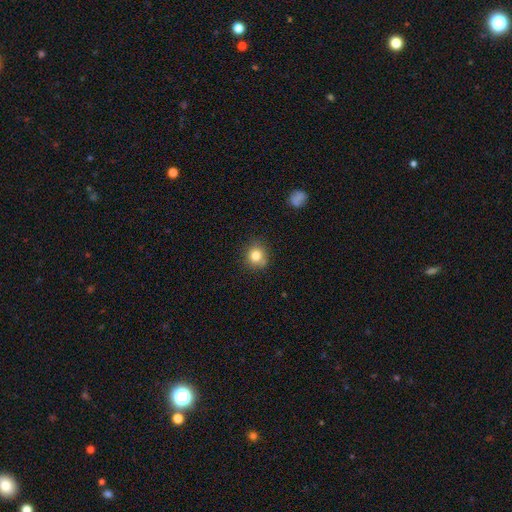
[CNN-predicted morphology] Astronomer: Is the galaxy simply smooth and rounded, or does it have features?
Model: smooth — 81%.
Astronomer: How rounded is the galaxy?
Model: round — 87%.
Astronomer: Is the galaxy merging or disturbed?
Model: none — 80%.